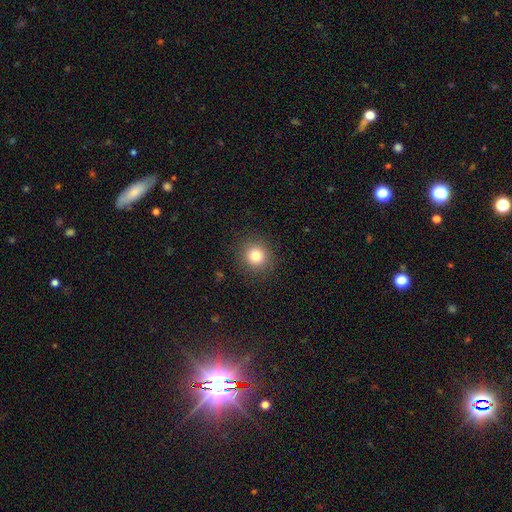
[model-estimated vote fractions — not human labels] Overall: smooth (81%). How rounded: round (92%). Merging: none (90%).